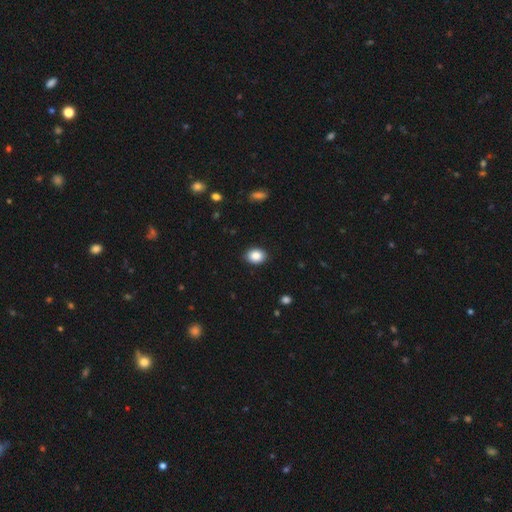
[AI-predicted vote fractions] A smooth galaxy with no disk features (87%) that is in between round and cigar-shaped (60%). Merging: none (90%).